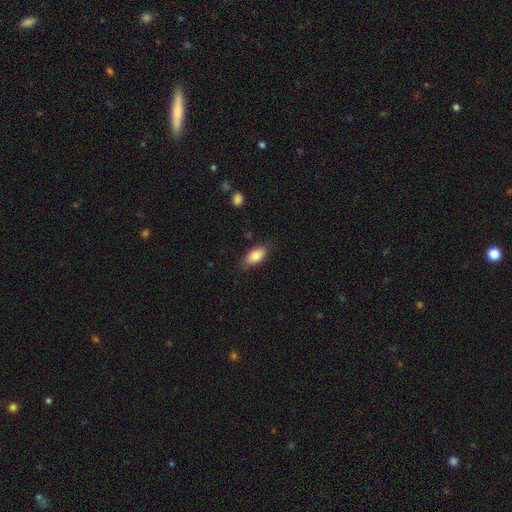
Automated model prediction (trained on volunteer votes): Q: Smooth or featured?
A: smooth (85%); runner-up: featured or disk (9%)
Q: How rounded?
A: in between (91%); runner-up: cigar-shaped (6%)
Q: Merging?
A: none (79%); runner-up: minor disturbance (16%)